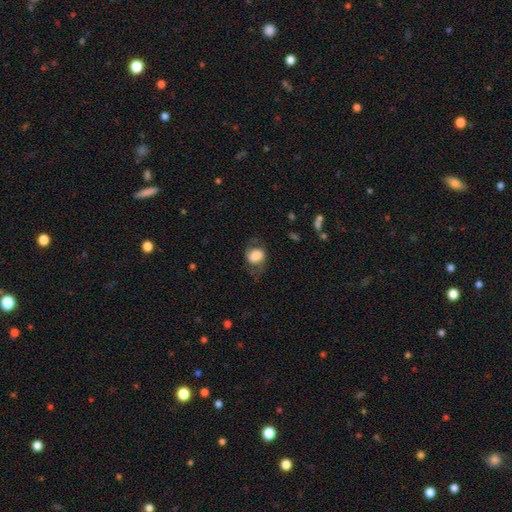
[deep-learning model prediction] Smooth or featured? Predicted: smooth (p=0.54). How rounded? Predicted: in between (p=0.56). Merging? Predicted: none (p=0.60).